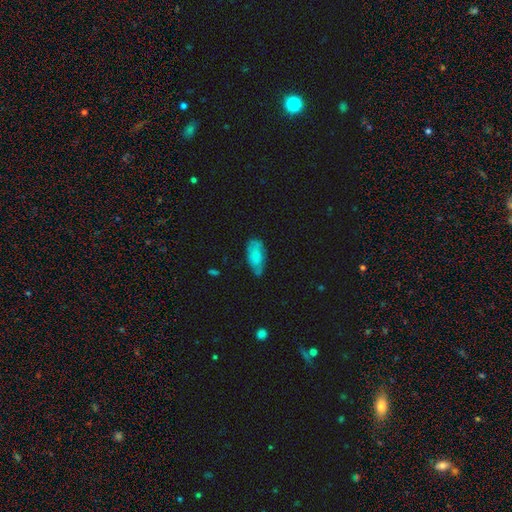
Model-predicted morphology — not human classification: A smooth galaxy with no disk features (67%) that is in between round and cigar-shaped (89%).

Vote fractions:
- Smooth or featured? smooth: 67% / featured or disk: 26% / star or artifact: 7%
- How rounded? in between: 89% / cigar-shaped: 8% / round: 3%
- Merging? none: 58% / minor disturbance: 32% / major disturbance: 7% / merger: 2%